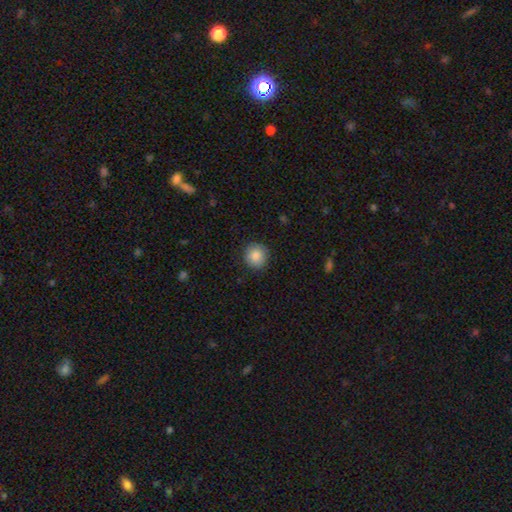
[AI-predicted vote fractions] Smooth or featured? Predicted: smooth (p=0.87). How rounded? Predicted: round (p=0.91). Merging? Predicted: none (p=0.89).